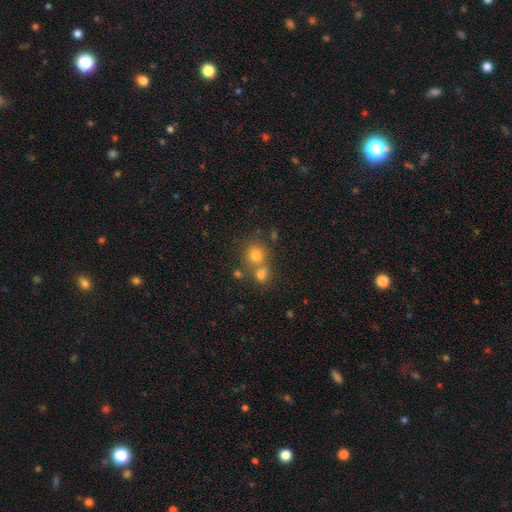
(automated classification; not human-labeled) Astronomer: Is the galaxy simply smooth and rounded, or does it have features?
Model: smooth — 72%.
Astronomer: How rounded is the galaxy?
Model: round — 86%.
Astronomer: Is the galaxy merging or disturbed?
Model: none — 51% (runner-up: merger, 40%).